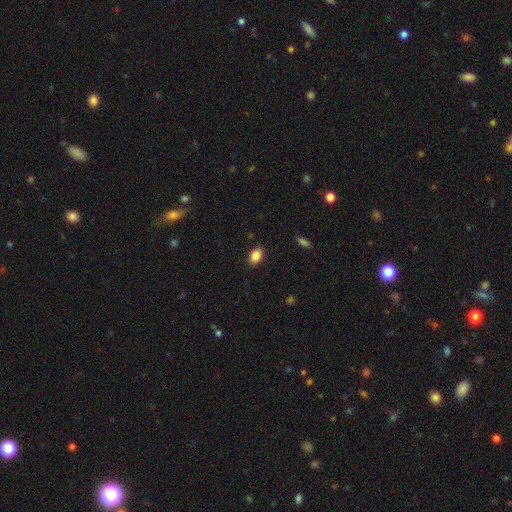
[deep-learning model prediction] smooth_or_featured: smooth (p=0.87) [alt: star or artifact p=0.09]
how_rounded: in between (p=0.81) [alt: round p=0.17]
merging: none (p=0.87) [alt: minor disturbance p=0.09]